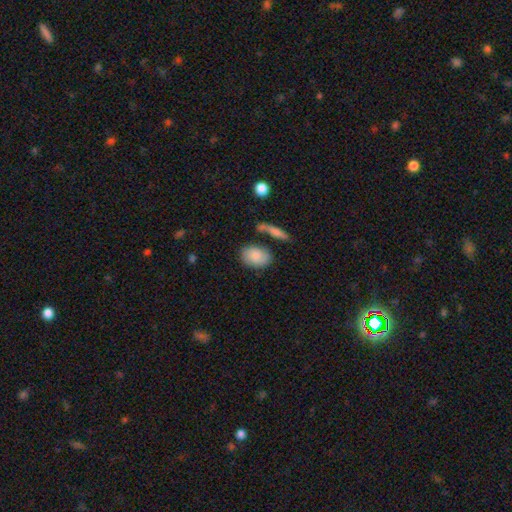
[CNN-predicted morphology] A smooth galaxy with no disk features (83%) that is in between round and cigar-shaped (82%).

Vote fractions:
- Smooth or featured? smooth: 83% / featured or disk: 11% / star or artifact: 6%
- How rounded? in between: 82% / round: 16% / cigar-shaped: 2%
- Merging? none: 68% / minor disturbance: 15% / merger: 12% / major disturbance: 5%